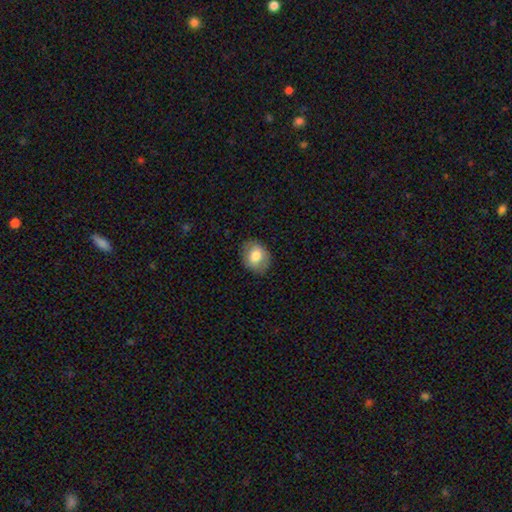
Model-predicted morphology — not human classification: Overall: smooth (76%). How rounded: round (50%, tied with in between). Merging: none (83%).